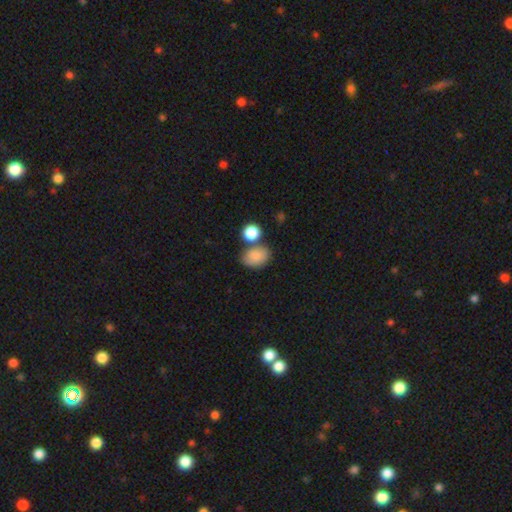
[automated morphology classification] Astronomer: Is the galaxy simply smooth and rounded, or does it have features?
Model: smooth — 84%.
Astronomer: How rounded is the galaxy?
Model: in between — 77%.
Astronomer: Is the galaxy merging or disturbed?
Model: none — 58%.